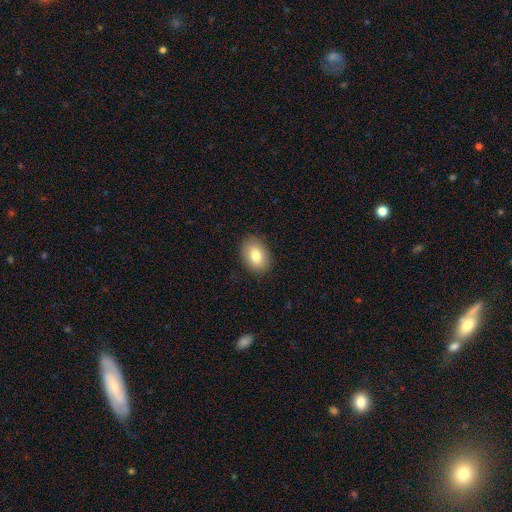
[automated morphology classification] smooth_or_featured: smooth (p=0.81) [alt: featured or disk p=0.11]
how_rounded: in between (p=0.78) [alt: round p=0.21]
merging: none (p=0.88) [alt: minor disturbance p=0.09]